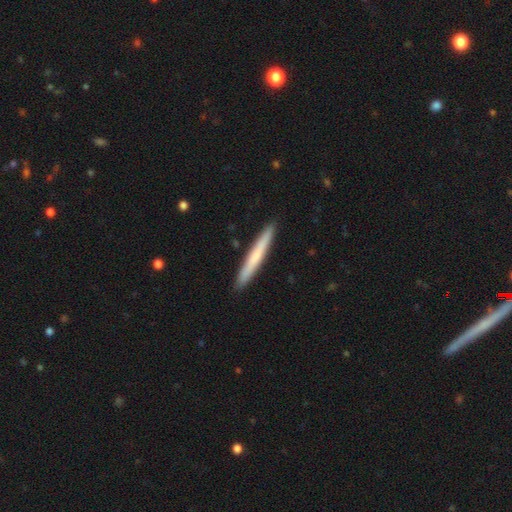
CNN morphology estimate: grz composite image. It shows a smooth galaxy with no disk features (63%) that is cigar-shaped (97%). Merging: none (92%).